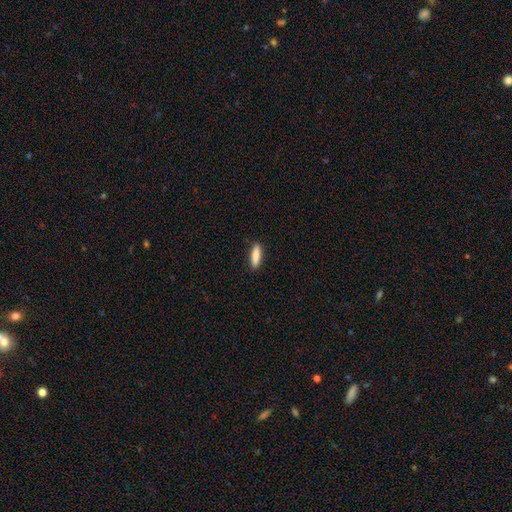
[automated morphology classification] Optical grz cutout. It shows a smooth galaxy with no disk features (86%) that is cigar-shaped (62%). Merging: none (88%).